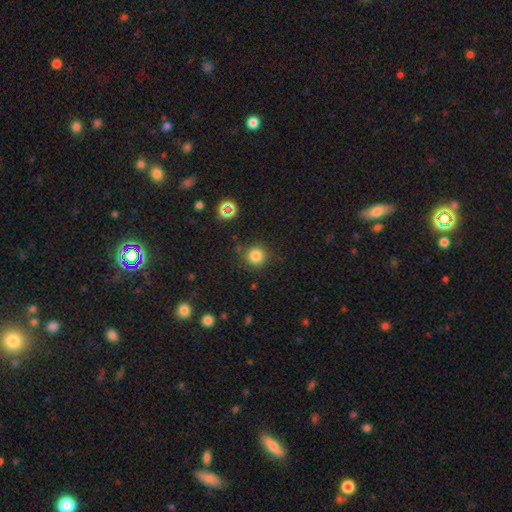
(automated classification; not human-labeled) Smooth or featured: smooth — 81% (star or artifact — 14%)
How rounded: round — 93% (in between — 6%)
Merging: none — 85% (minor disturbance — 9%)